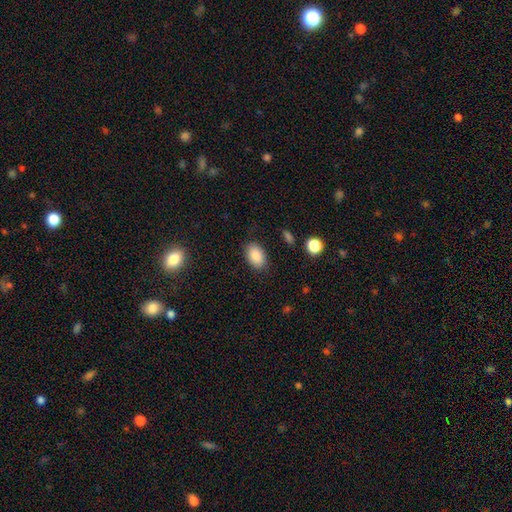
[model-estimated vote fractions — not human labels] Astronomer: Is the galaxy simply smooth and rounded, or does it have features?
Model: smooth — 87%.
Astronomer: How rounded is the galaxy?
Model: in between — 88%.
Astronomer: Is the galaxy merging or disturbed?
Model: none — 84%.